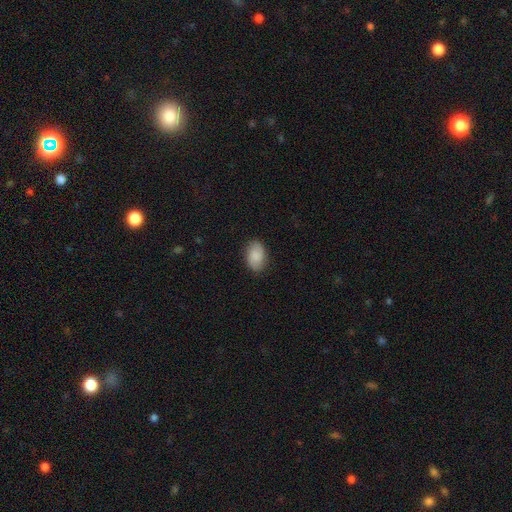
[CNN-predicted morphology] smooth_or_featured: smooth (p=0.81) [alt: featured or disk p=0.12]
how_rounded: in between (p=0.89) [alt: round p=0.09]
merging: none (p=0.84) [alt: minor disturbance p=0.13]